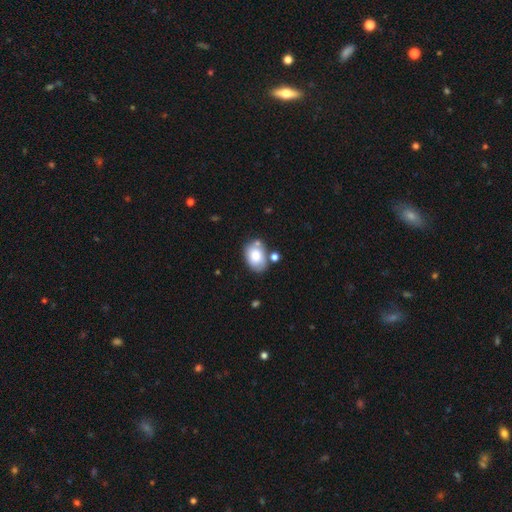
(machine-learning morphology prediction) Smooth or featured: smooth — 78% (featured or disk — 15%)
How rounded: in between — 81% (round — 18%)
Merging: none — 64% (minor disturbance — 19%)